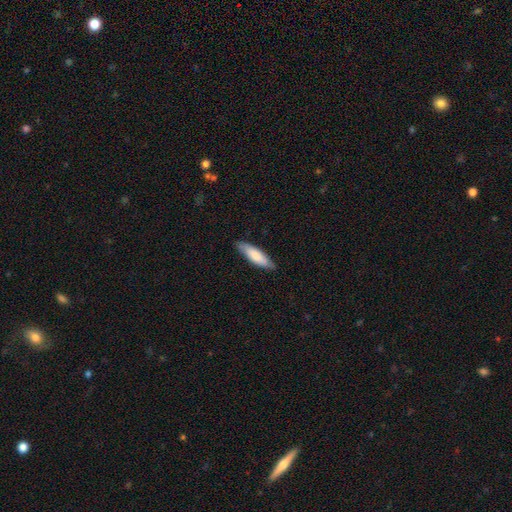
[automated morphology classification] This is likely a smooth galaxy (76%). How rounded: likely cigar-shaped (61%). Merging: clearly none (85%).